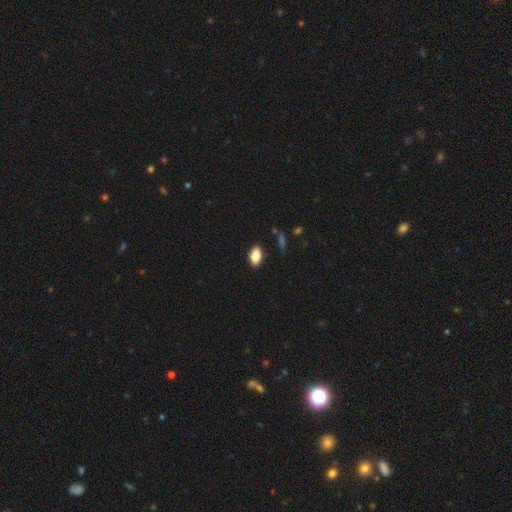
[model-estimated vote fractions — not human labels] smooth 83%, featured or disk 10%, star or artifact 8%. Down the decision tree: how rounded — in between (91%); merging — none (86%).